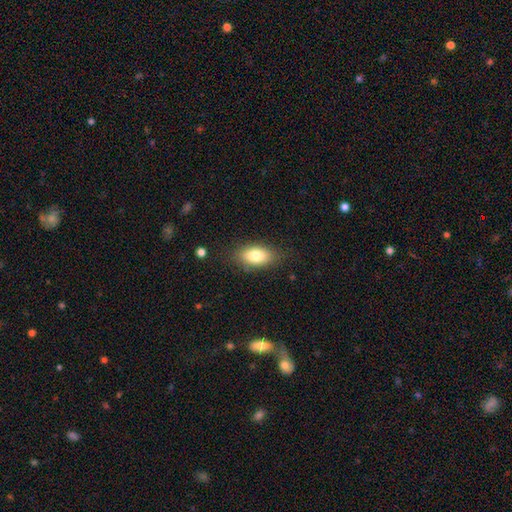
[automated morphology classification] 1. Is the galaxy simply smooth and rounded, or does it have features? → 80% smooth, 12% featured or disk, 8% star or artifact.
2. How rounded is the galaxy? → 89% in between, 7% round, 4% cigar-shaped.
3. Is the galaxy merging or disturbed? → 81% none, 14% minor disturbance, 4% major disturbance, 1% merger.